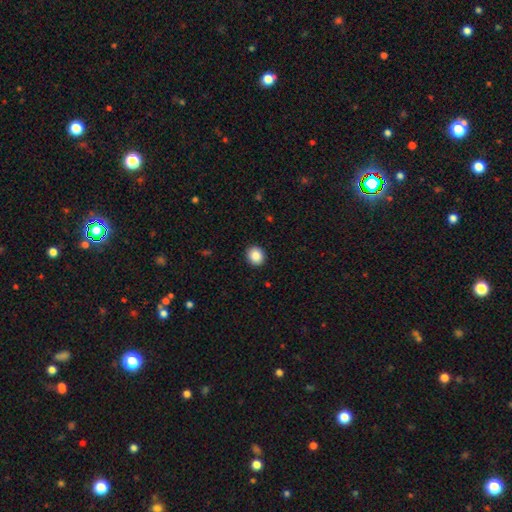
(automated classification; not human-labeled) Overall: smooth (87%). How rounded: round (75%). Merging: none (92%).